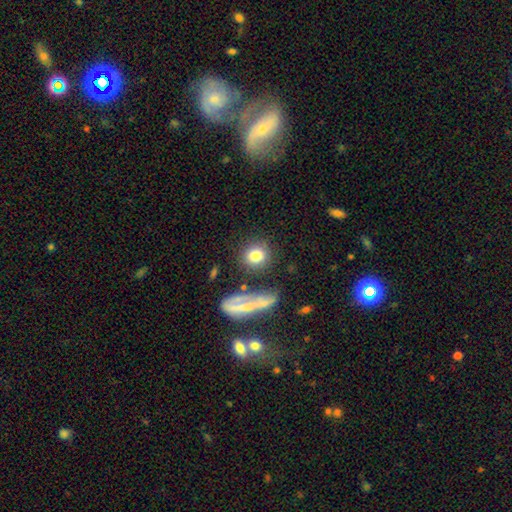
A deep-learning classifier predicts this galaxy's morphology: Smooth or featured? smooth (80%)
How rounded? round (81%)
Merging? none (76%)